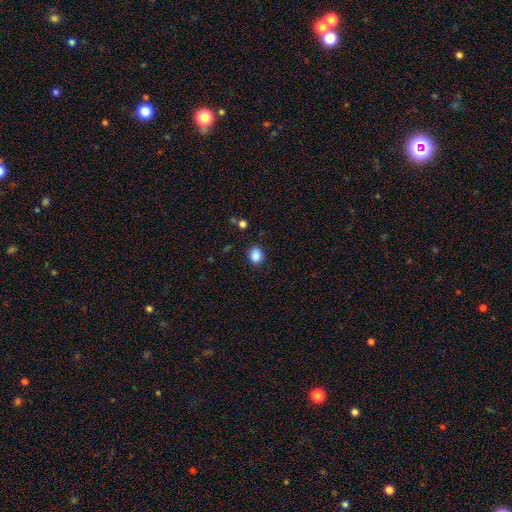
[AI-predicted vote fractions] This appears to be a smooth galaxy with no disk features (87%) that is round (59%). Merging: none (85%).